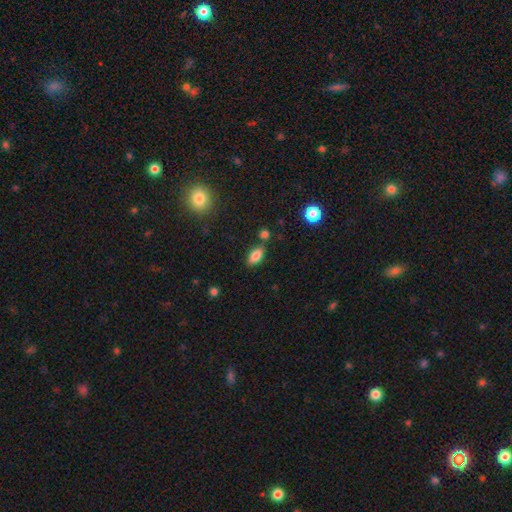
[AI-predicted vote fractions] This is clearly a smooth galaxy (82%). How rounded: clearly in between (88%). Merging: likely none (76%).